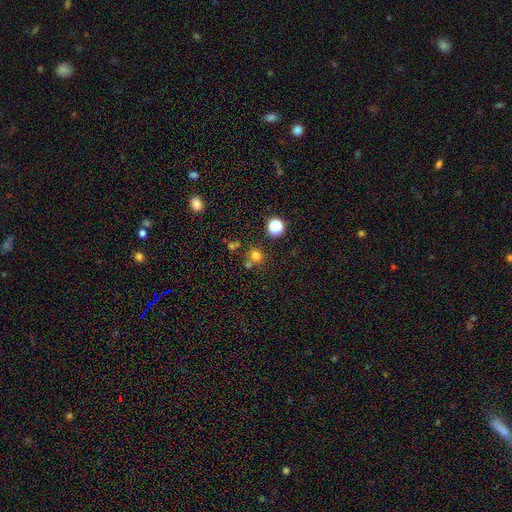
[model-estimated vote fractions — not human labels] Smooth or featured: smooth — 71% (star or artifact — 21%)
How rounded: round — 88% (in between — 11%)
Merging: none — 66% (merger — 21%)